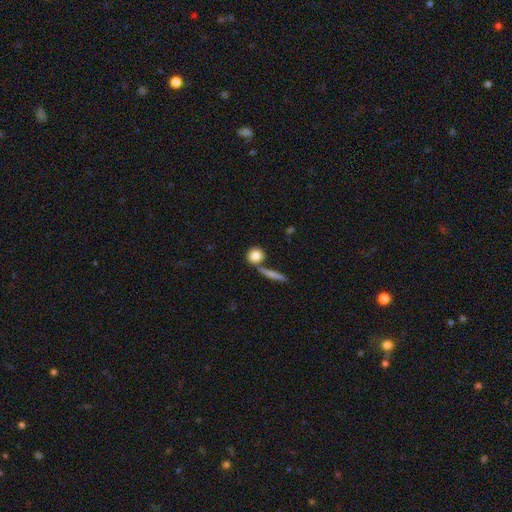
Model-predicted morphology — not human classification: Smooth or featured? Predicted: smooth (p=0.81). How rounded? Predicted: round (p=0.83). Merging? Predicted: none (p=0.65).